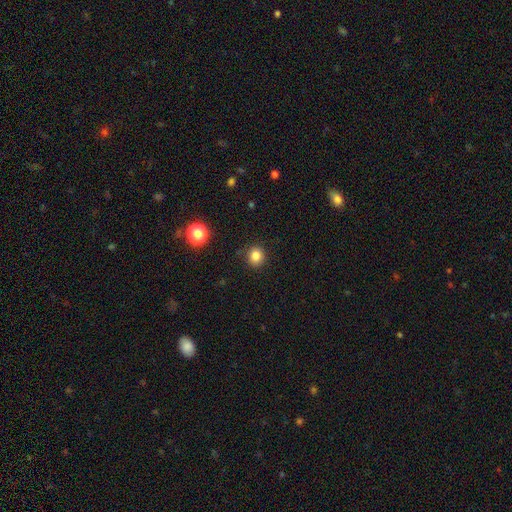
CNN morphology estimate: smooth_or_featured: smooth (p=0.83) [alt: star or artifact p=0.13]
how_rounded: round (p=0.87) [alt: in between p=0.12]
merging: none (p=0.89) [alt: minor disturbance p=0.07]